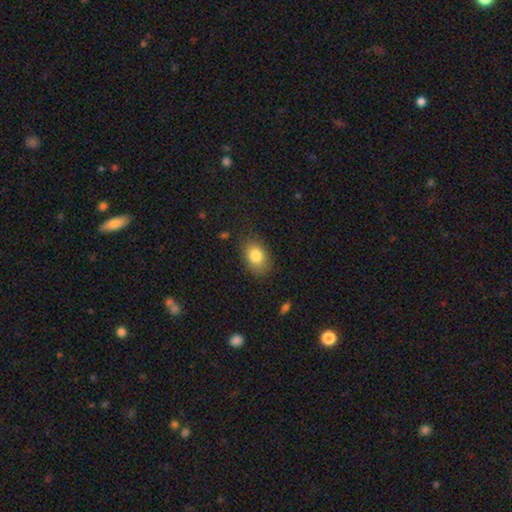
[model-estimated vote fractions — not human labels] smooth 82%, featured or disk 9%, star or artifact 9%. Down the decision tree: how rounded — in between (75%); merging — none (80%).